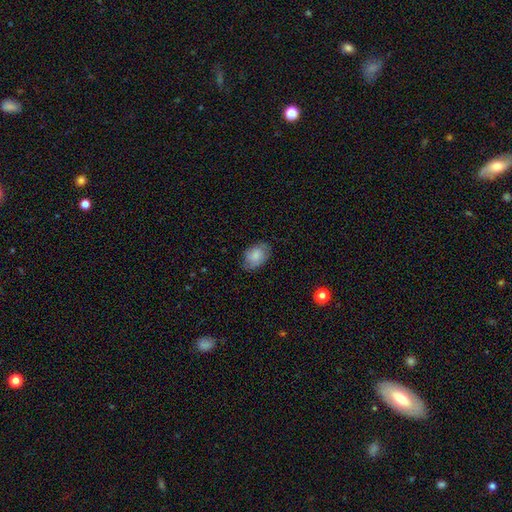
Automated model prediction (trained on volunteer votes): A smooth galaxy with no disk features (74%) that is in between round and cigar-shaped (84%). Merging: none (71%).